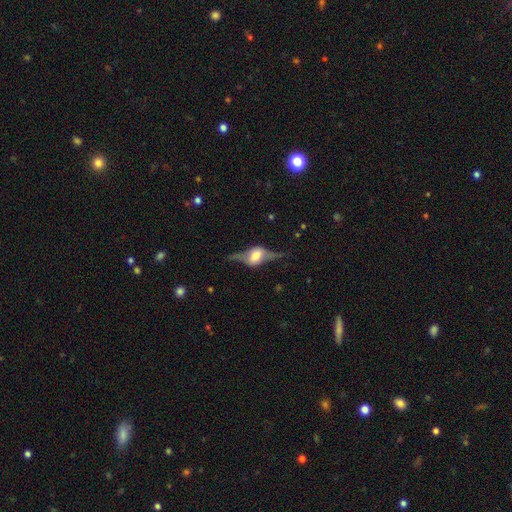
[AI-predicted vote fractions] featured or disk 80%, smooth 15%, star or artifact 6%. Down the decision tree: edge-on disk — yes (84%); edge-on bulge — rounded (87%); merging — none (63%).